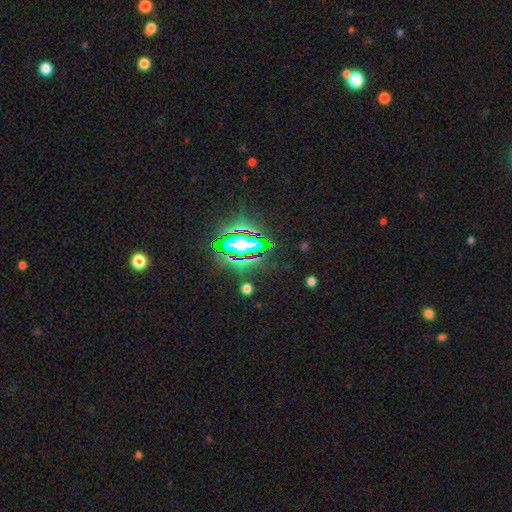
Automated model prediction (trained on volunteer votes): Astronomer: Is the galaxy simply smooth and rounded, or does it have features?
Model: star or artifact — 78%.